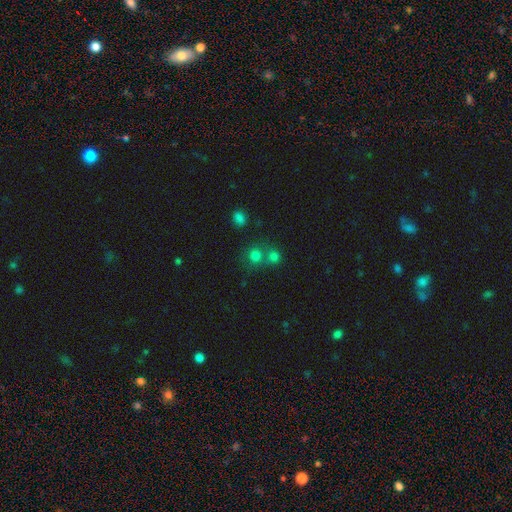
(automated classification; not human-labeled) Morphology: type=smooth (75%); roundness=round (86%); merging=none (52%).